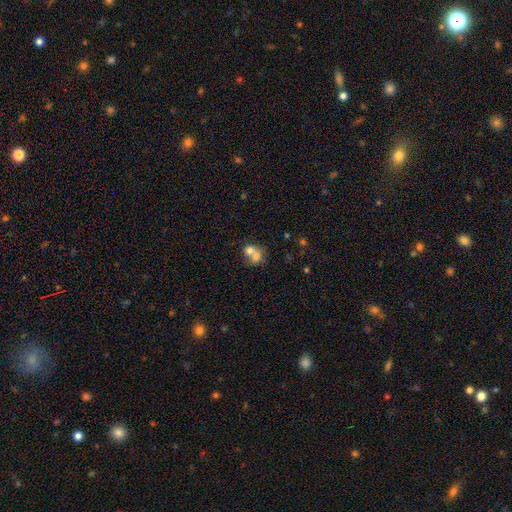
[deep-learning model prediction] A smooth galaxy with no disk features (67%) that is round (60%).

Vote fractions:
- Smooth or featured? smooth: 67% / featured or disk: 22% / star or artifact: 11%
- How rounded? round: 60% / in between: 39% / cigar-shaped: 1%
- Merging? merger: 68% / none: 22% / minor disturbance: 6% / major disturbance: 4%